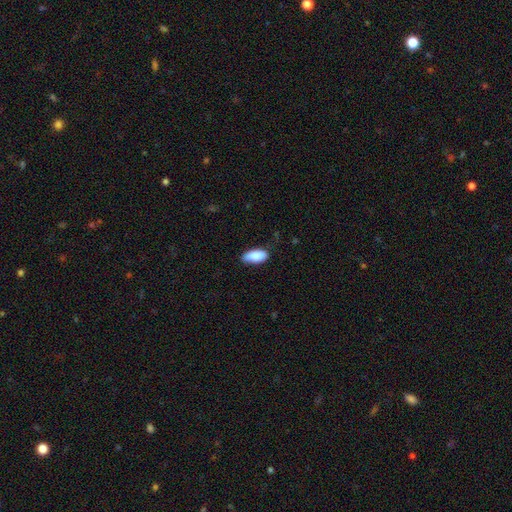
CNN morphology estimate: Smooth or featured? Predicted: smooth (p=0.88). How rounded? Predicted: in between (p=0.90). Merging? Predicted: none (p=0.72).